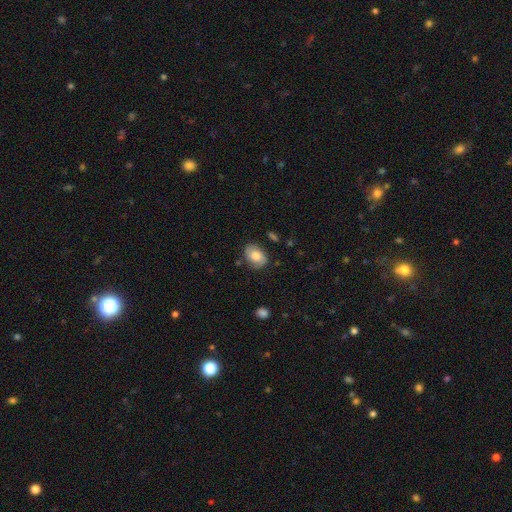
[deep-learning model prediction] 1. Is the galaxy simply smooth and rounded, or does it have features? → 69% smooth, 23% featured or disk, 8% star or artifact.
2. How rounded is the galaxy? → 75% in between, 24% round, 1% cigar-shaped.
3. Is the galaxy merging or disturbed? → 73% none, 19% minor disturbance, 5% major disturbance, 2% merger.